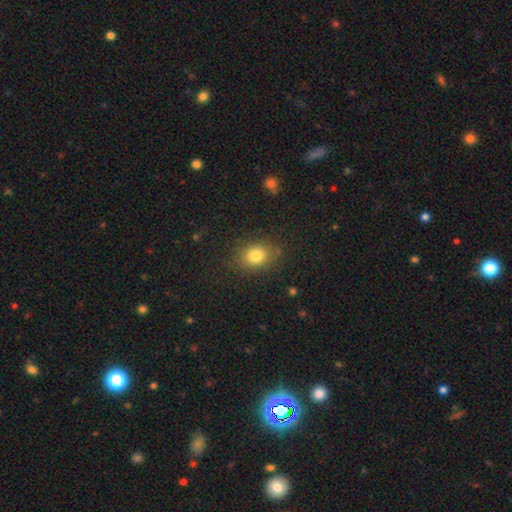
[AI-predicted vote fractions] smooth_or_featured: smooth (p=0.80) [alt: star or artifact p=0.12]
how_rounded: in between (p=0.56) [alt: round p=0.42]
merging: none (p=0.83) [alt: minor disturbance p=0.11]